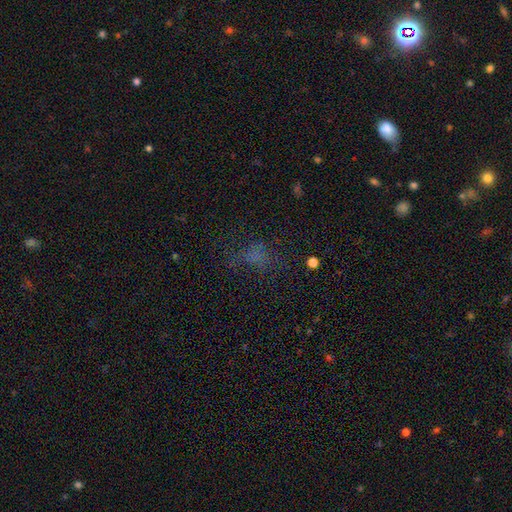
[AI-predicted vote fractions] Overall: smooth (51%; star or artifact 31%). How rounded: in between (60%; round 35%). Merging: none (54%; major disturbance 24%).